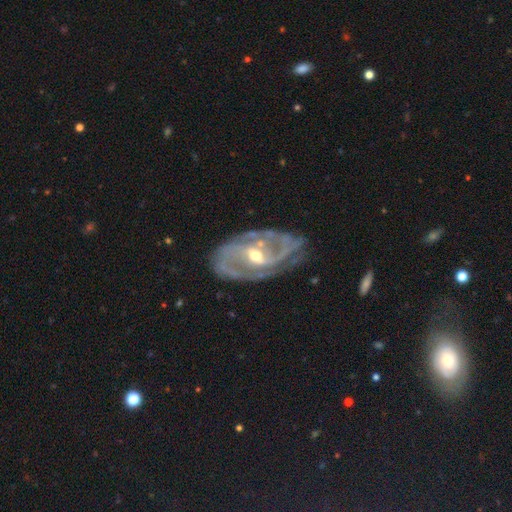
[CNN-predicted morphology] smooth-or-featured: featured or disk: 89% | smooth: 6% | star or artifact: 5%
  disk-edge-on: no: 96% | yes: 4%
    bar: weak: 45% | strong: 32% | no: 23%
    has-spiral-arms: yes: 94% | no: 6%
      spiral-winding: medium: 47% | tight: 37% | loose: 16%
      spiral-arm-count: 2: 73% | can't tell: 10% | 3: 8% | 1: 4% | 4: 3% | more than 4: 2%
    bulge-size: moderate: 57% | small: 38% | large: 3% | none: 1% | dominant: 1%
  merging: none: 68% | minor disturbance: 20% | major disturbance: 9% | merger: 3%